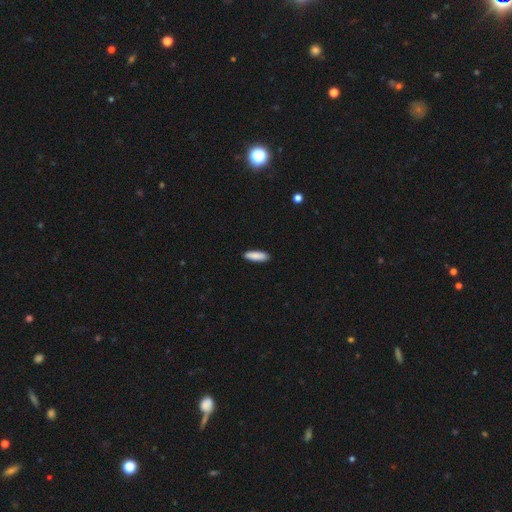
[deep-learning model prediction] A smooth galaxy with no disk features (88%) that is cigar-shaped (54%). Merging: none (89%).